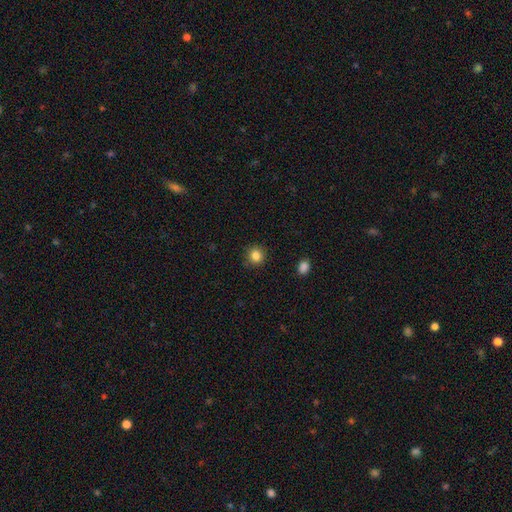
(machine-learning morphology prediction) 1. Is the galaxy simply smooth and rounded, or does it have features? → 84% smooth, 11% star or artifact, 5% featured or disk.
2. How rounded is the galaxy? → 90% round, 9% in between, 1% cigar-shaped.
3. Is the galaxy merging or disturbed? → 89% none, 8% minor disturbance, 2% major disturbance, 1% merger.